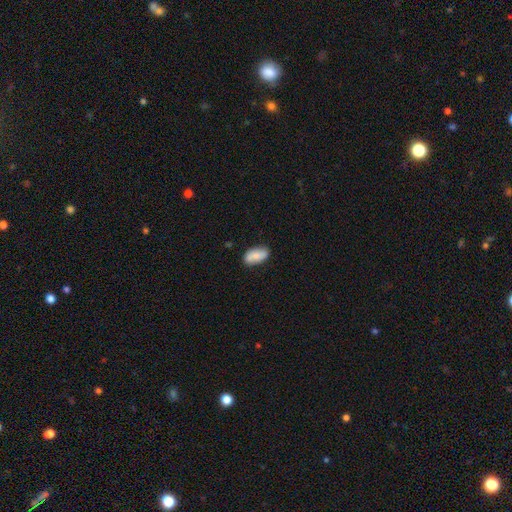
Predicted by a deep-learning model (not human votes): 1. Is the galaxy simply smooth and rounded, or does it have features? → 76% smooth, 17% featured or disk, 7% star or artifact.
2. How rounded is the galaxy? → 92% in between, 4% cigar-shaped, 4% round.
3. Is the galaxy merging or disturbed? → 80% none, 16% minor disturbance, 3% major disturbance, 2% merger.